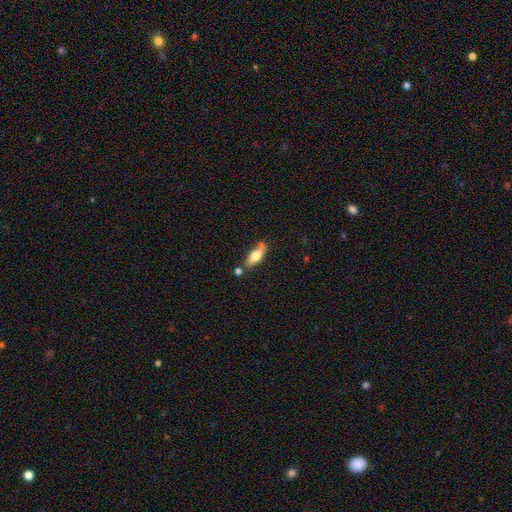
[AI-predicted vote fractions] This appears to be a smooth galaxy with no disk features (67%) that is in between round and cigar-shaped (64%). Merging: none (63%).